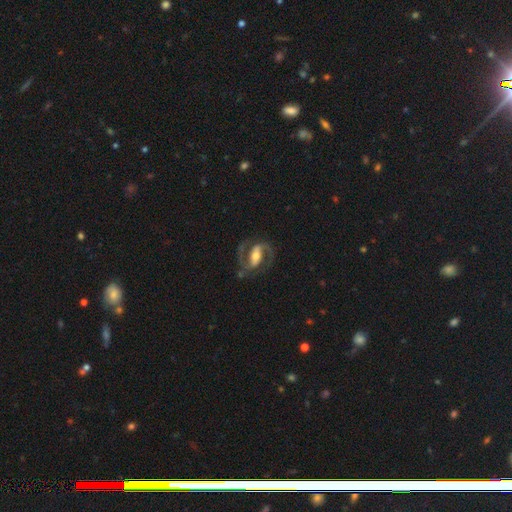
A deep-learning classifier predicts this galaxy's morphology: type=featured or disk (88%); edge-on=no (96%); bar=strong (57%); spiral arms=yes (96%); winding=medium (61%); arm count=2 (93%); bulge=moderate (56%); merging=none (76%).